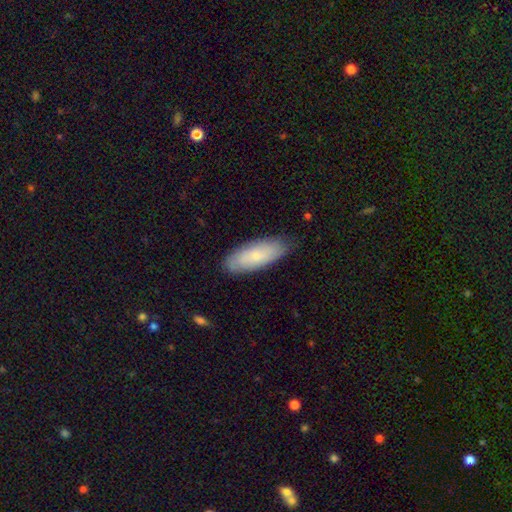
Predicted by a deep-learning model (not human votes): A smooth galaxy with no disk features (71%) that is in between round and cigar-shaped (74%). Merging: none (80%).